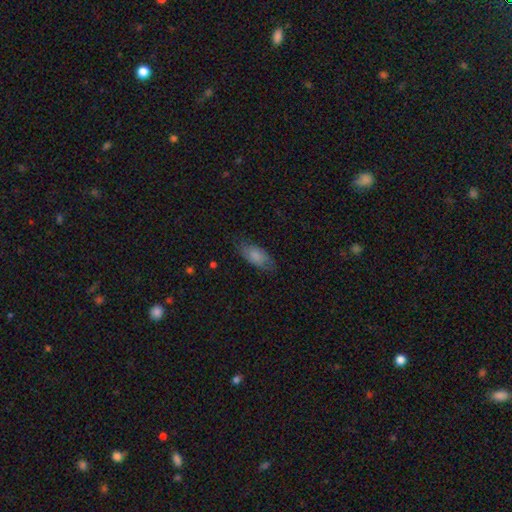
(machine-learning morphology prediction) A smooth galaxy with no disk features (80%) that is in between round and cigar-shaped (86%).

Vote fractions:
- Smooth or featured? smooth: 80% / featured or disk: 13% / star or artifact: 7%
- How rounded? in between: 86% / cigar-shaped: 12% / round: 2%
- Merging? none: 75% / minor disturbance: 19% / major disturbance: 5% / merger: 1%